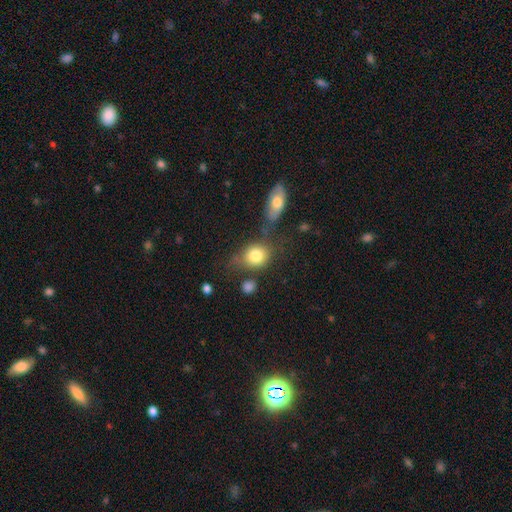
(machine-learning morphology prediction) Smooth or featured: smooth — 80% (featured or disk — 11%)
How rounded: round — 54% (in between — 44%)
Merging: none — 51% (minor disturbance — 21%)